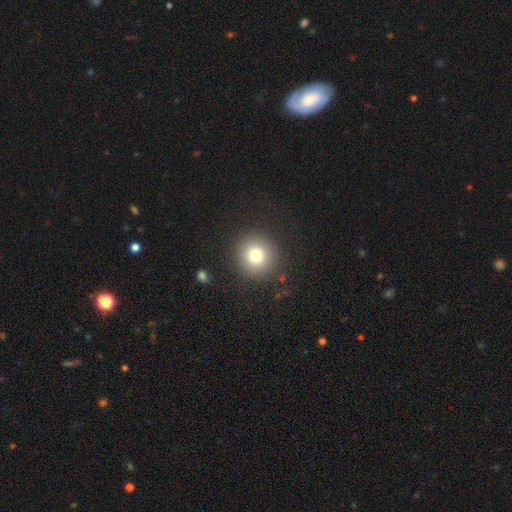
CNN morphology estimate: The model was most divided on "smooth or featured": smooth: 77%, star or artifact: 13%, featured or disk: 9%. More confident: how rounded — round (94%); merging — none (89%).